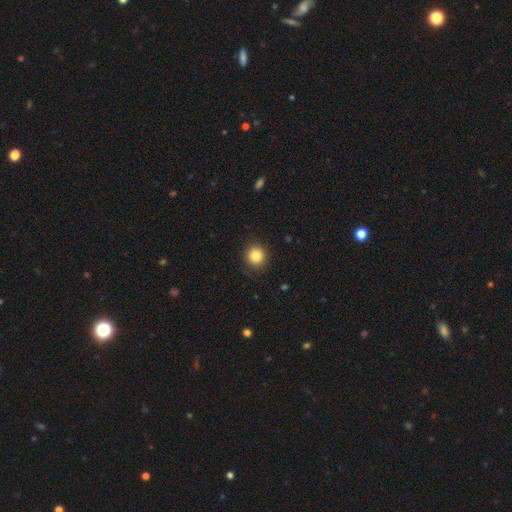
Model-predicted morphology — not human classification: Overall: smooth (85%). How rounded: round (93%). Merging: none (90%).